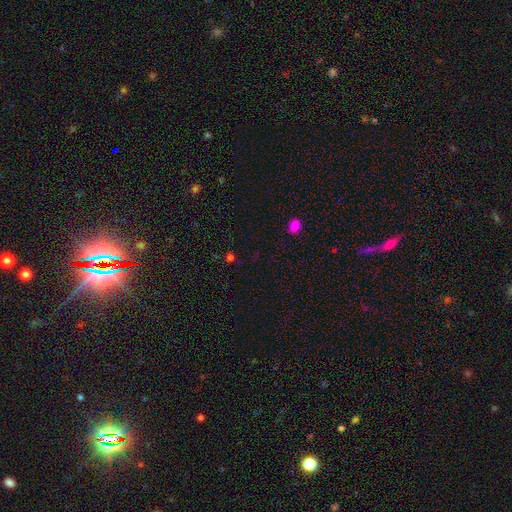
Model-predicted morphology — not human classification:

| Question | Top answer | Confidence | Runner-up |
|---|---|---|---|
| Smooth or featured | star or artifact | 49% | smooth (45%) |